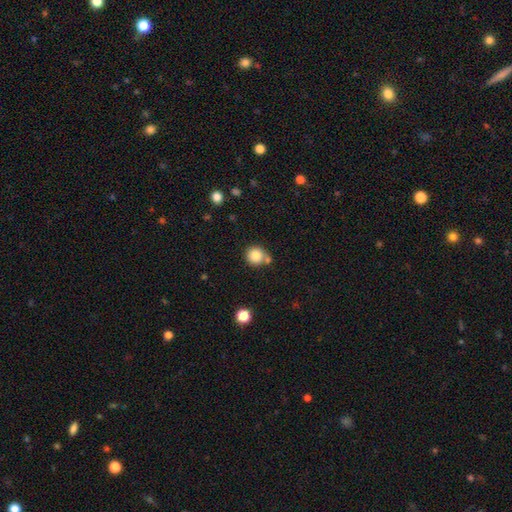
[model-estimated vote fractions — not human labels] Q: Smooth or featured?
A: smooth (84%); runner-up: star or artifact (10%)
Q: How rounded?
A: round (91%); runner-up: in between (8%)
Q: Merging?
A: none (64%); runner-up: merger (21%)